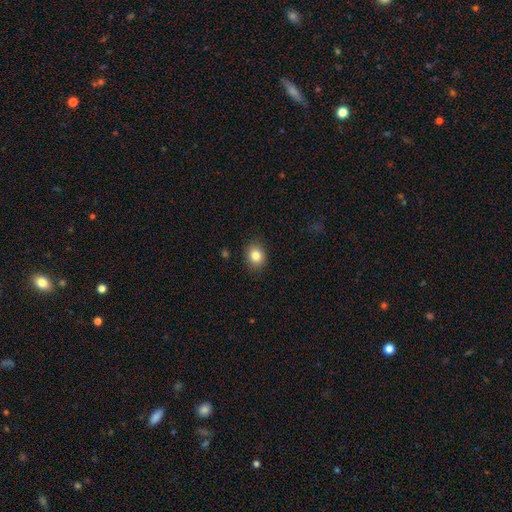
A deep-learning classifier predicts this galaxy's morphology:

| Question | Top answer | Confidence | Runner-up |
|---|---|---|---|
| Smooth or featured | smooth | 83% | star or artifact (10%) |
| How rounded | round | 61% | in between (38%) |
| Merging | none | 88% | minor disturbance (9%) |